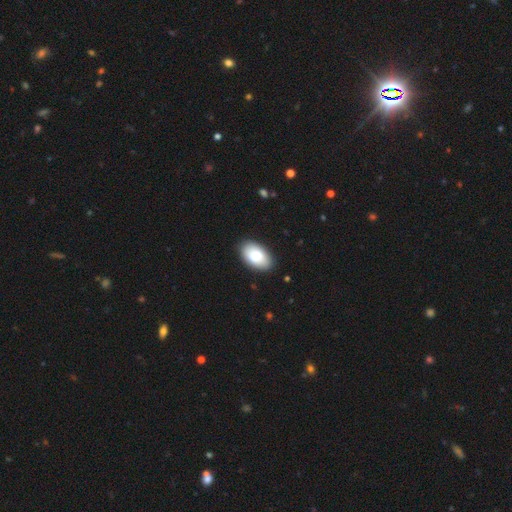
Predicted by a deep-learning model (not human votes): A smooth galaxy with no disk features (87%) that is in between round and cigar-shaped (95%).

Vote fractions:
- Smooth or featured? smooth: 87% / featured or disk: 7% / star or artifact: 6%
- How rounded? in between: 95% / round: 4% / cigar-shaped: 1%
- Merging? none: 87% / minor disturbance: 10% / major disturbance: 2% / merger: 1%